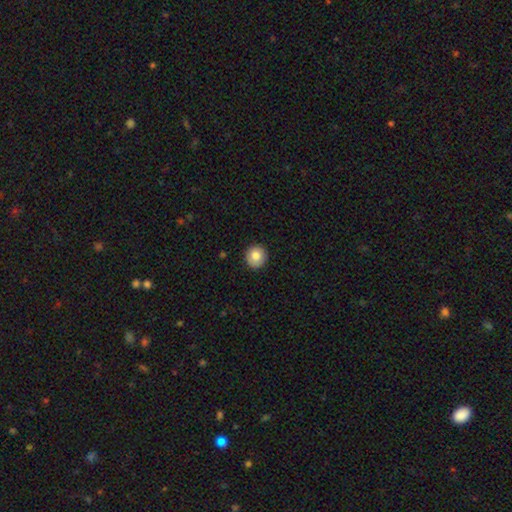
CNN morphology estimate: Overall: smooth (82%). How rounded: round (94%). Merging: none (92%).